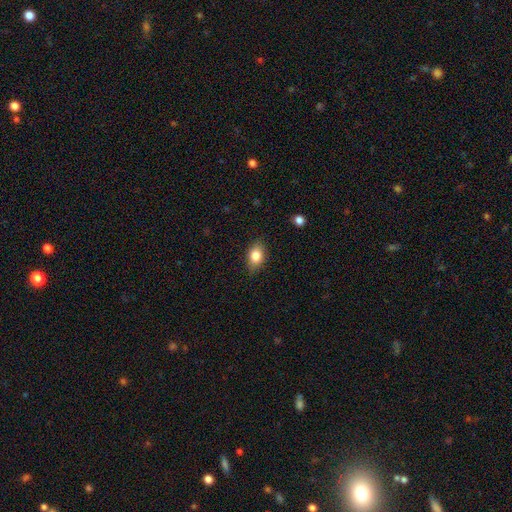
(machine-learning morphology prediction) A smooth galaxy with no disk features (82%) that is in between round and cigar-shaped (79%). Merging: none (82%).